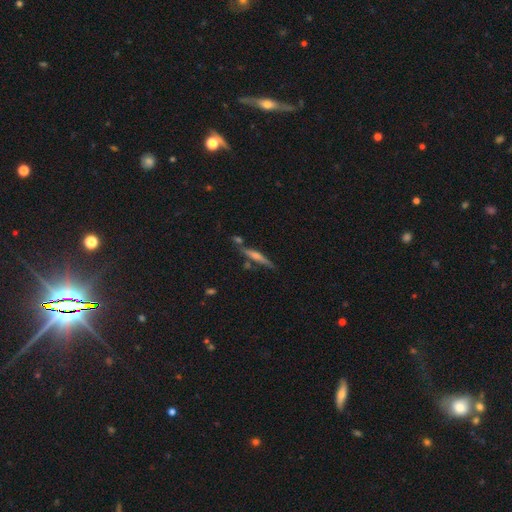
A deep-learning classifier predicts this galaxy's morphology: Smooth or featured? featured or disk (69%)
Edge-on disk? yes (96%)
Edge-on bulge? rounded (75%)
Merging? none (76%)